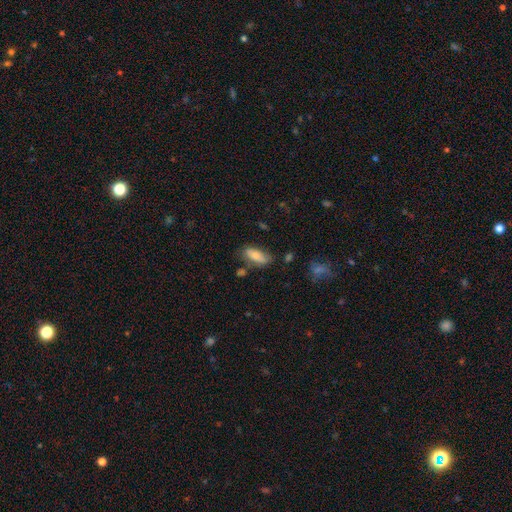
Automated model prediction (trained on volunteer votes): smooth-or-featured: smooth: 71% | featured or disk: 21% | star or artifact: 7%
  how-rounded: in between: 82% | cigar-shaped: 15% | round: 3%
  merging: none: 66% | minor disturbance: 23% | major disturbance: 6% | merger: 5%